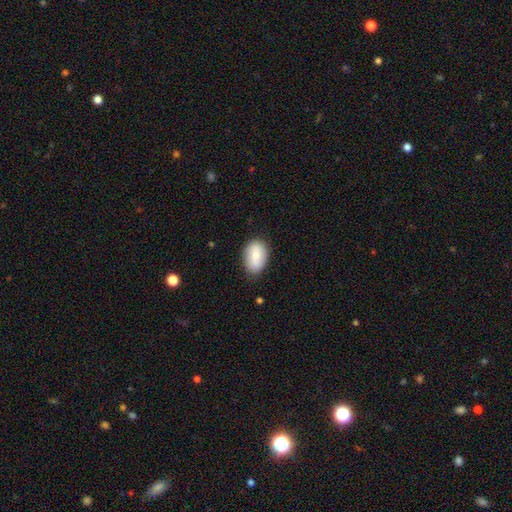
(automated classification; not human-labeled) A smooth galaxy with no disk features (76%) that is in between round and cigar-shaped (86%). Merging: none (80%).